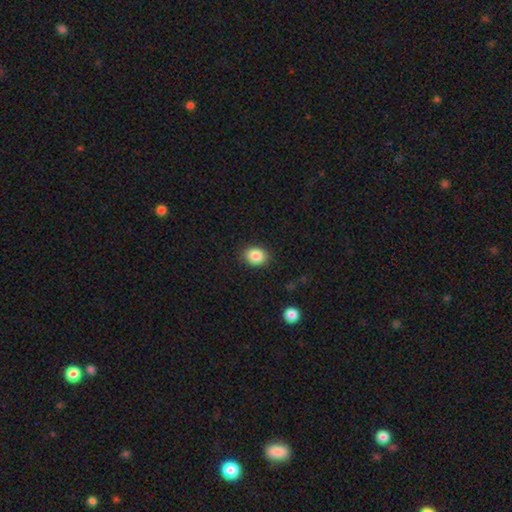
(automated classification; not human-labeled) Smooth or featured? smooth (87%)
How rounded? in between (51%)
Merging? none (88%)